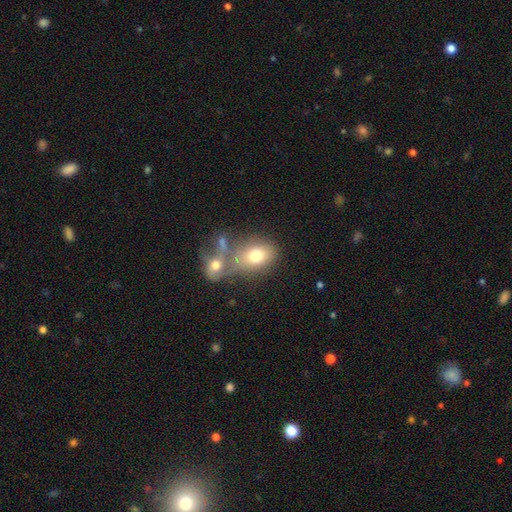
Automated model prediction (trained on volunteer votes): This is likely a smooth galaxy (72%). How rounded: likely in between (66%). Merging: marginally merger (45%).